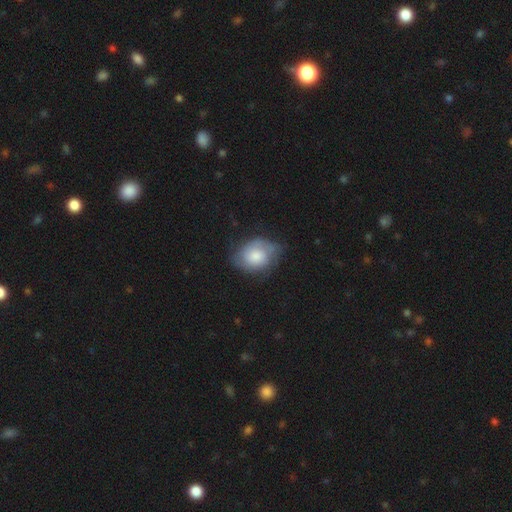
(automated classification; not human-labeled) The model was most divided on "smooth or featured": smooth: 53%, featured or disk: 40%, star or artifact: 7%. More confident: how rounded — in between (61%); merging — none (58%).